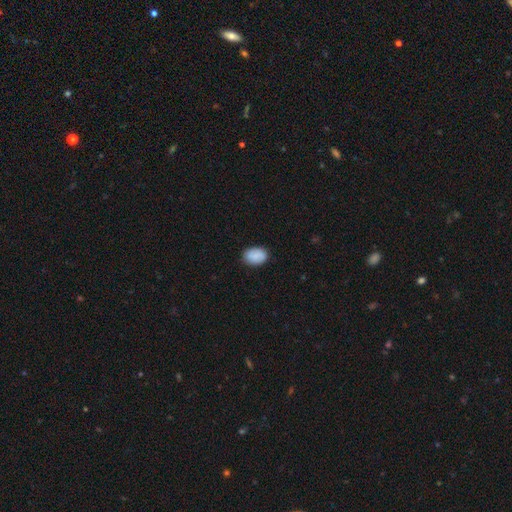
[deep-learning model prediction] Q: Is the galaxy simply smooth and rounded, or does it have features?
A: smooth — 86%.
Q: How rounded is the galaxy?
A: in between — 82%.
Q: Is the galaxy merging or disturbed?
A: none — 85%.